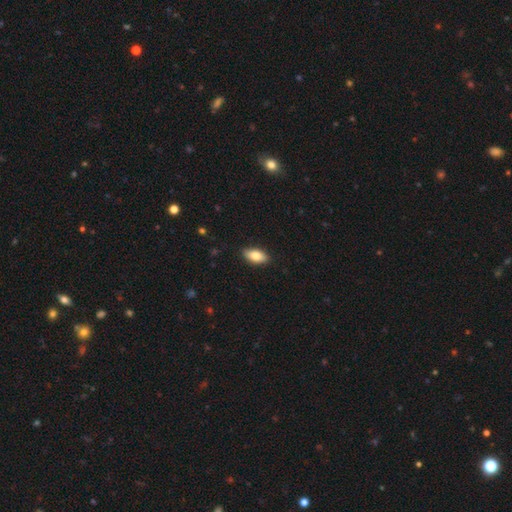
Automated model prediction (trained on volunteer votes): Smooth or featured?
  - smooth: 82% *
  - featured or disk: 12%
  - star or artifact: 7%
How rounded?
  - in between: 90% *
  - cigar-shaped: 6%
  - round: 3%
Merging?
  - none: 88% *
  - minor disturbance: 9%
  - major disturbance: 2%
  - merger: 1%